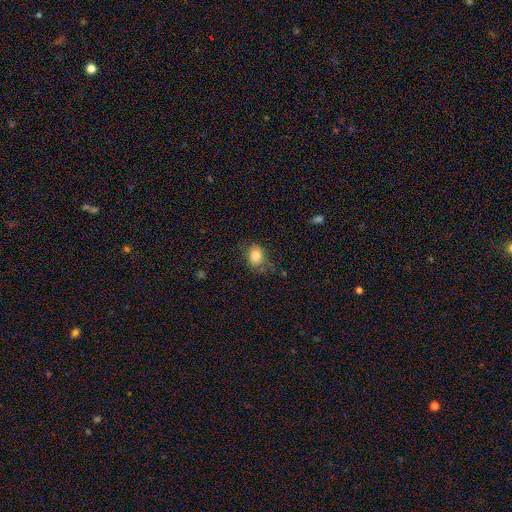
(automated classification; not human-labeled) Smooth or featured? smooth (81%)
How rounded? in between (54%)
Merging? none (63%)